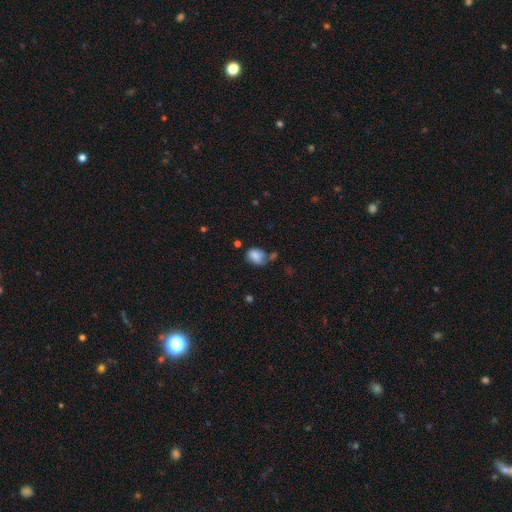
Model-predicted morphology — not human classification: The model was most divided on "merging": none: 35%, minor disturbance: 29%, major disturbance: 20%, merger: 16%. More confident: smooth or featured — smooth (72%); how rounded — in between (67%).